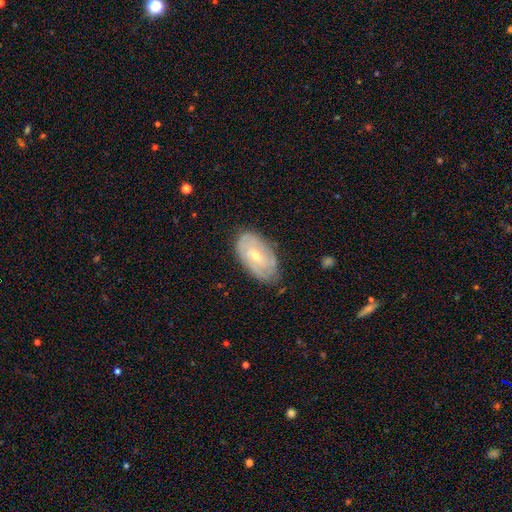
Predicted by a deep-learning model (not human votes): Smooth or featured: featured or disk — 67% (smooth — 27%)
Edge-on disk: no — 94% (yes — 6%)
Bar: no — 50% (weak — 41%)
Spiral arms: yes — 79% (no — 21%)
Bulge size: small — 51% (moderate — 46%)
Merging: none — 72% (minor disturbance — 22%)